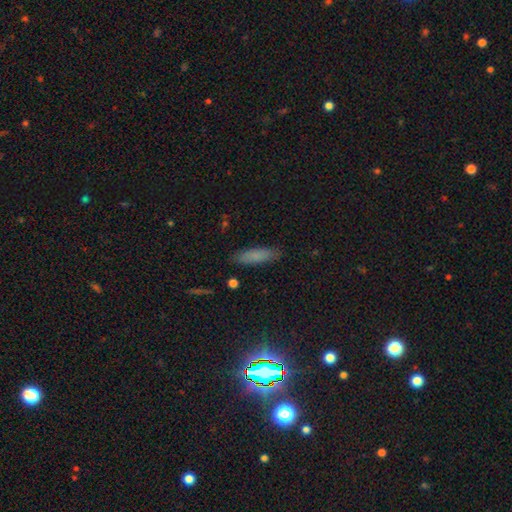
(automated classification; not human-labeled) Morphology: type=smooth (77%); roundness=cigar-shaped (63%); merging=none (86%).